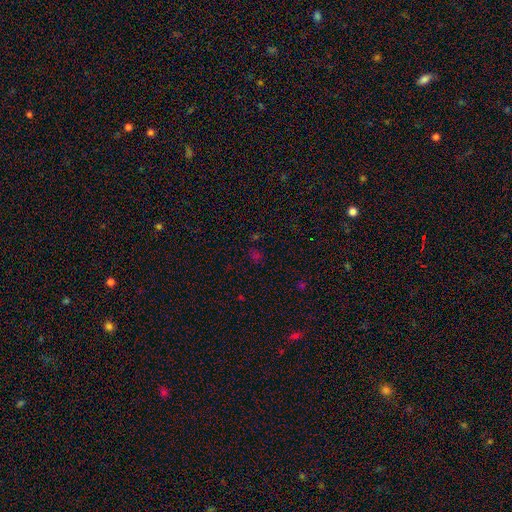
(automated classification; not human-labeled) This is possibly a star or artifact rather than a galaxy (46%, tied with smooth).